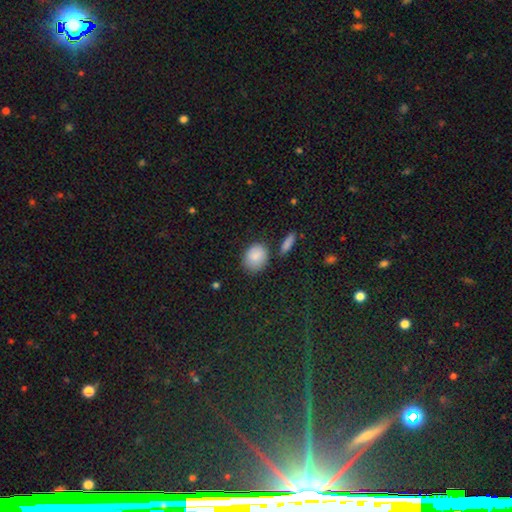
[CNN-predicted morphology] Smooth or featured: smooth — 87% (star or artifact — 7%)
How rounded: round — 52% (in between — 46%)
Merging: none — 72% (minor disturbance — 16%)